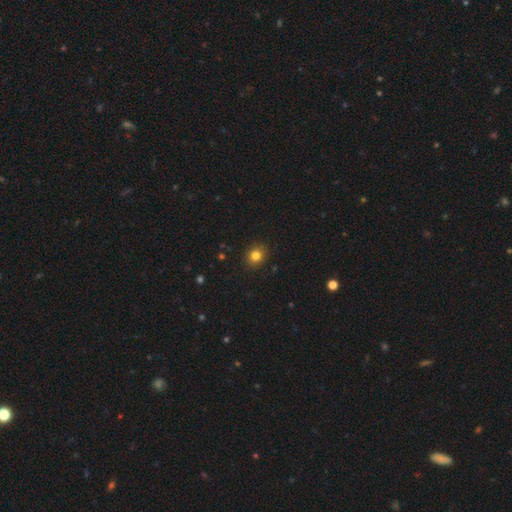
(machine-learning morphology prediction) Smooth or featured?
  - smooth: 82% *
  - star or artifact: 12%
  - featured or disk: 6%
How rounded?
  - round: 78% *
  - in between: 21%
  - cigar-shaped: 1%
Merging?
  - none: 90% *
  - minor disturbance: 7%
  - major disturbance: 2%
  - merger: 1%